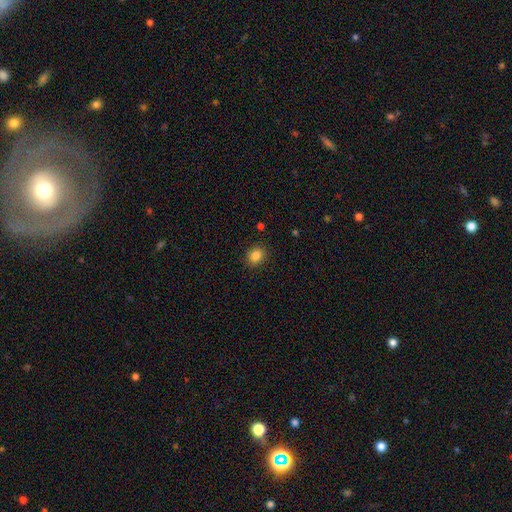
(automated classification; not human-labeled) Smooth or featured?
  - smooth: 85% *
  - star or artifact: 10%
  - featured or disk: 4%
How rounded?
  - round: 64% *
  - in between: 36%
  - cigar-shaped: 1%
Merging?
  - none: 88% *
  - minor disturbance: 8%
  - major disturbance: 3%
  - merger: 1%